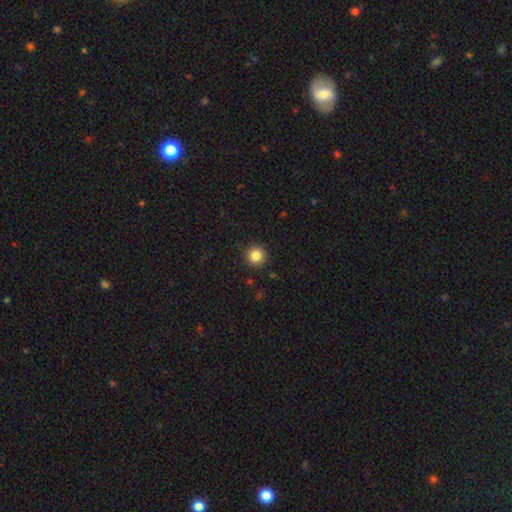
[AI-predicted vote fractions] The model was most divided on "smooth or featured": smooth: 85%, star or artifact: 10%, featured or disk: 5%. More confident: how rounded — round (95%); merging — none (92%).